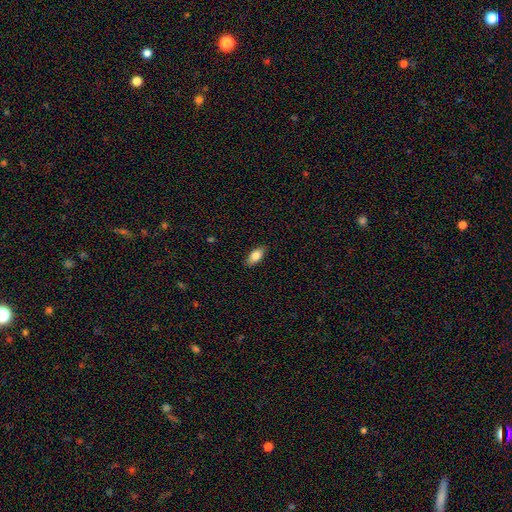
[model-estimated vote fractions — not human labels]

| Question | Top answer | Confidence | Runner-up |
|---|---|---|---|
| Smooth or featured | smooth | 82% | featured or disk (11%) |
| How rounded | in between | 88% | cigar-shaped (8%) |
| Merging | none | 88% | minor disturbance (9%) |